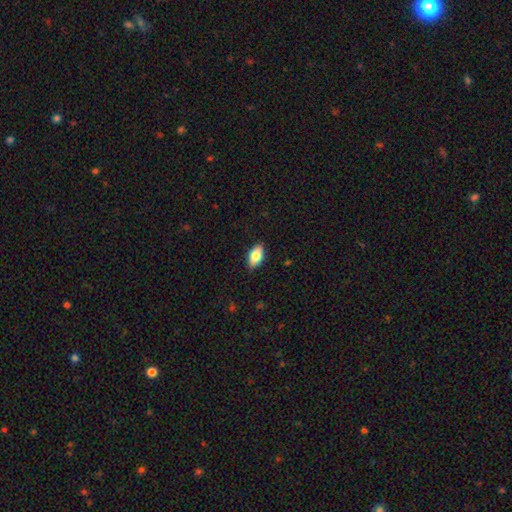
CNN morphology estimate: This appears to be a smooth galaxy with no disk features (78%) that is in between round and cigar-shaped (90%). Merging: none (86%).